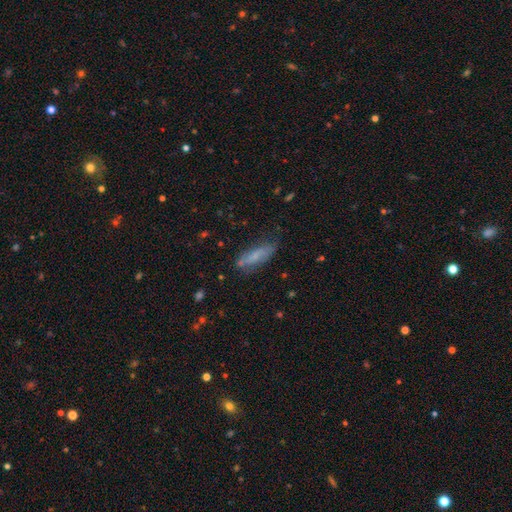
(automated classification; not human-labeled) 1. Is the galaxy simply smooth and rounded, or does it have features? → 64% smooth, 28% featured or disk, 8% star or artifact.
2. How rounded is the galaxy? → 55% cigar-shaped, 43% in between, 2% round.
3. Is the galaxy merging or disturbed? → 65% none, 24% minor disturbance, 8% major disturbance, 3% merger.